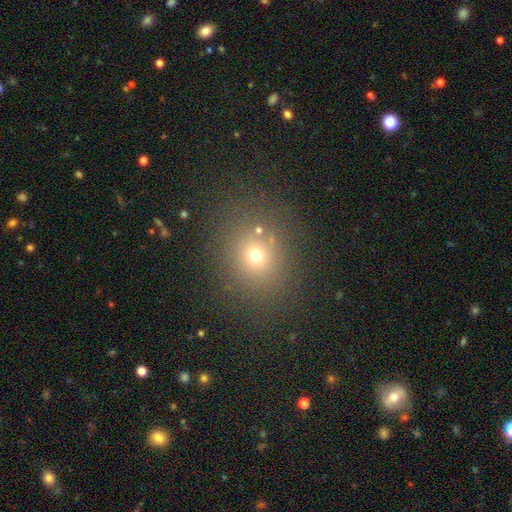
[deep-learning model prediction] Morphology: type=smooth (66%); roundness=round (71%); merging=none (79%).